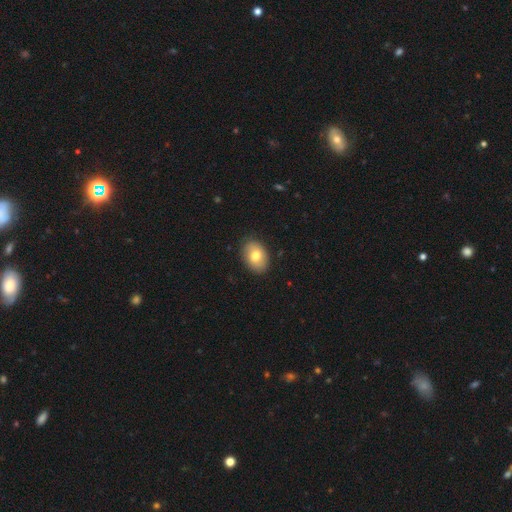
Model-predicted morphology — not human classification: This is likely a smooth galaxy (75%). How rounded: likely in between (80%). Merging: clearly none (87%).